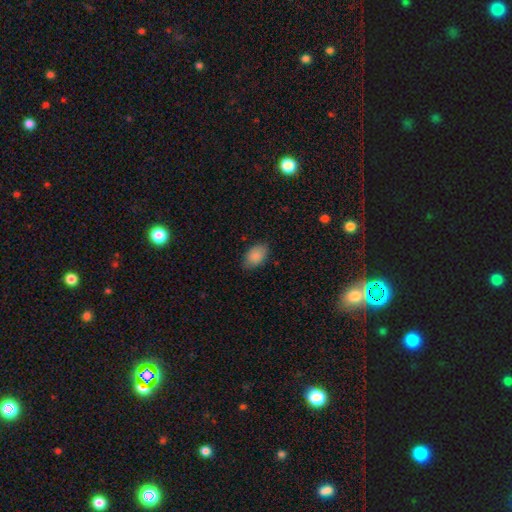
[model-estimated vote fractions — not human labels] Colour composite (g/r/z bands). It shows a smooth galaxy with no disk features (89%) that is in between round and cigar-shaped (90%). Merging: none (82%).